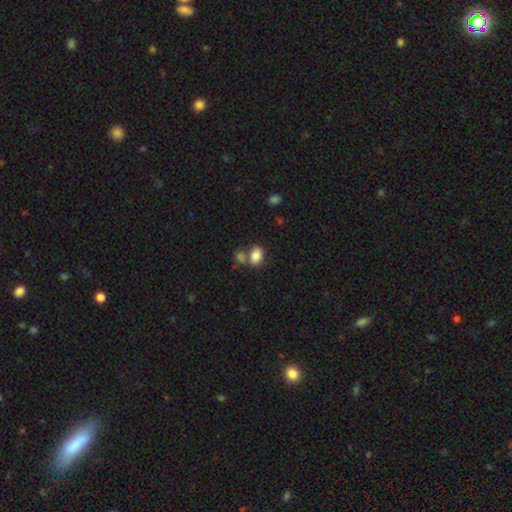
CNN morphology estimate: Smooth or featured?
  - smooth: 84% *
  - star or artifact: 9%
  - featured or disk: 7%
How rounded?
  - in between: 74% *
  - round: 25%
  - cigar-shaped: 1%
Merging?
  - none: 54% *
  - merger: 29%
  - minor disturbance: 12%
  - major disturbance: 4%